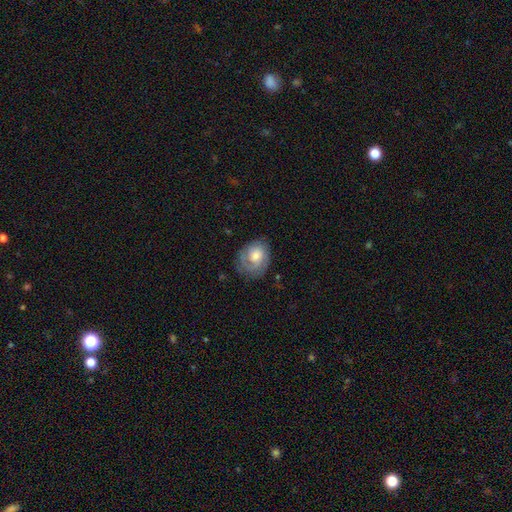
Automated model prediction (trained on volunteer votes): This appears to be a featured or disk galaxy (59%) with no bar (76%), spiral arms (83%) and a moderate central bulge (59%). Merging: none (69%).